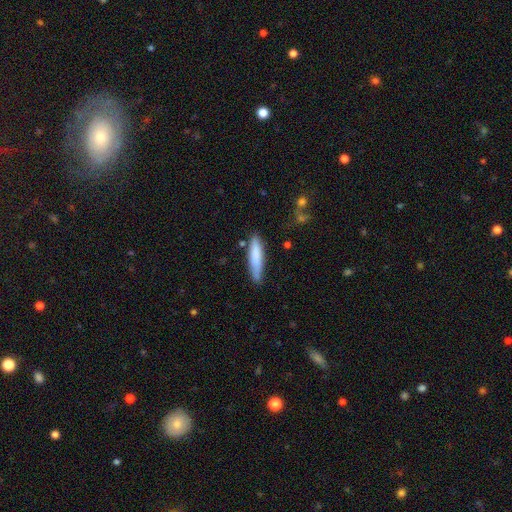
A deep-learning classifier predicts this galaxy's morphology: Overall: smooth (79%). How rounded: cigar-shaped (82%). Merging: none (77%).